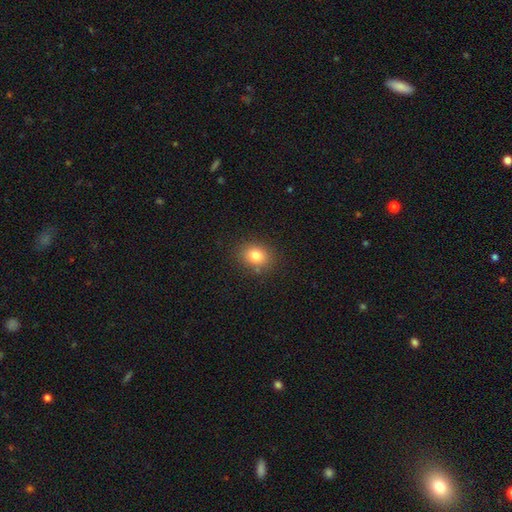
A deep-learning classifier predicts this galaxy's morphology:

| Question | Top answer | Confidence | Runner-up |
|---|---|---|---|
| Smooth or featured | smooth | 81% | star or artifact (11%) |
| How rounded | round | 56% | in between (44%) |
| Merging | none | 84% | minor disturbance (10%) |